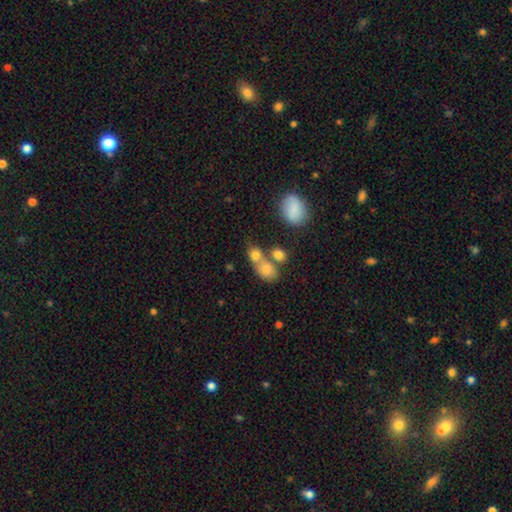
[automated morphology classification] A smooth galaxy with no disk features (75%) that is round (51%). Merging: merger (48%).